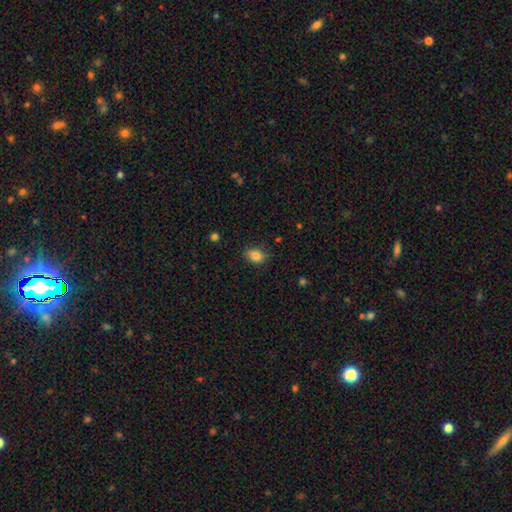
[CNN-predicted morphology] This is clearly a smooth galaxy (86%). How rounded: likely in between (76%). Merging: likely none (79%).